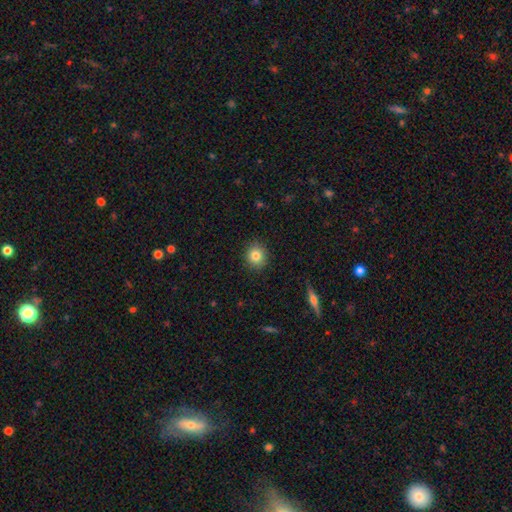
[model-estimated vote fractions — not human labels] smooth-or-featured: smooth: 83% | star or artifact: 10% | featured or disk: 7%
  how-rounded: round: 88% | in between: 11% | cigar-shaped: 1%
  merging: none: 89% | minor disturbance: 8% | major disturbance: 2% | merger: 1%